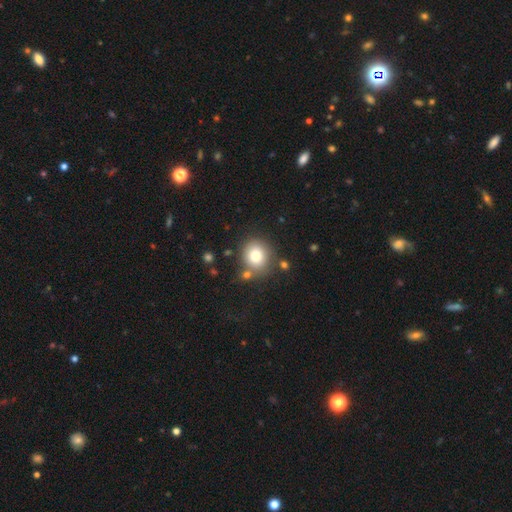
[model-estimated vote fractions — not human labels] Smooth or featured?
  - smooth: 78% *
  - star or artifact: 11%
  - featured or disk: 11%
How rounded?
  - round: 80% *
  - in between: 19%
  - cigar-shaped: 1%
Merging?
  - none: 74% *
  - minor disturbance: 11%
  - merger: 10%
  - major disturbance: 4%